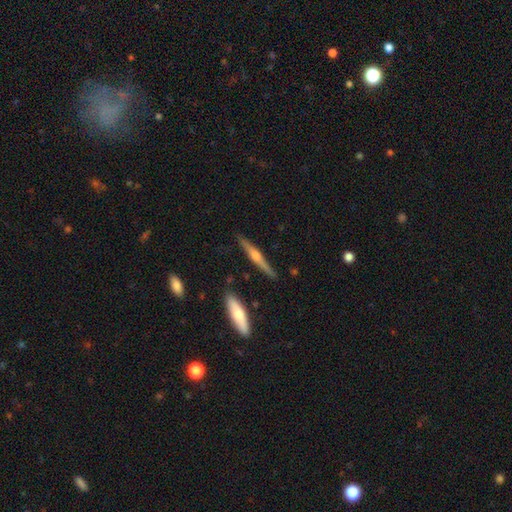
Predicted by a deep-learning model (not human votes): The model was most divided on "smooth or featured": featured or disk: 68%, smooth: 26%, star or artifact: 6%. More confident: edge-on disk — yes (97%); merging — none (86%); edge-on bulge — rounded (79%).